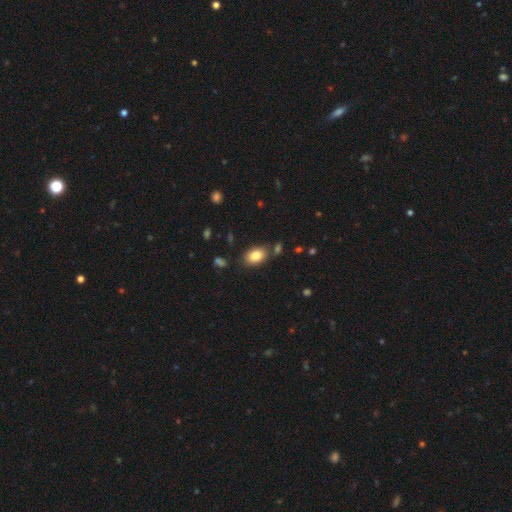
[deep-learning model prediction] Smooth or featured: smooth — 83% (featured or disk — 9%)
How rounded: in between — 86% (round — 12%)
Merging: none — 78% (minor disturbance — 12%)